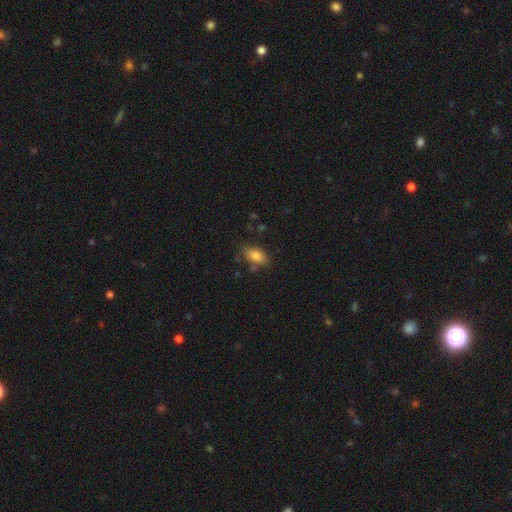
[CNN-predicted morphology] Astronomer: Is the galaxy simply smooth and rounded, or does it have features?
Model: smooth — 83%.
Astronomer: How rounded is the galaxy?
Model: in between — 89%.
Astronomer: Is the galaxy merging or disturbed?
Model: none — 72%.